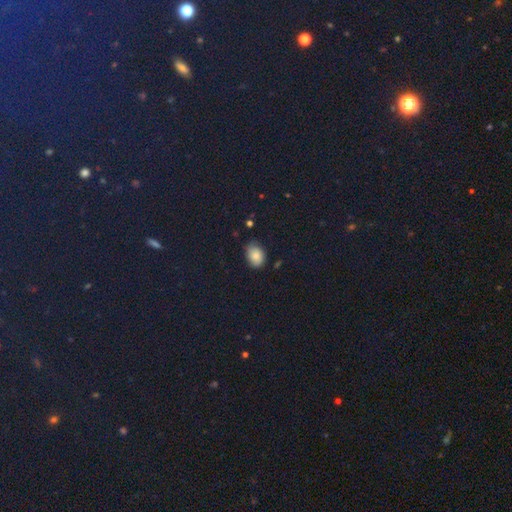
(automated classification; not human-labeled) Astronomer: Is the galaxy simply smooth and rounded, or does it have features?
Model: smooth — 74%.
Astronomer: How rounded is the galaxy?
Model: in between — 78%.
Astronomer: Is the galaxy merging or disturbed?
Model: none — 69%.